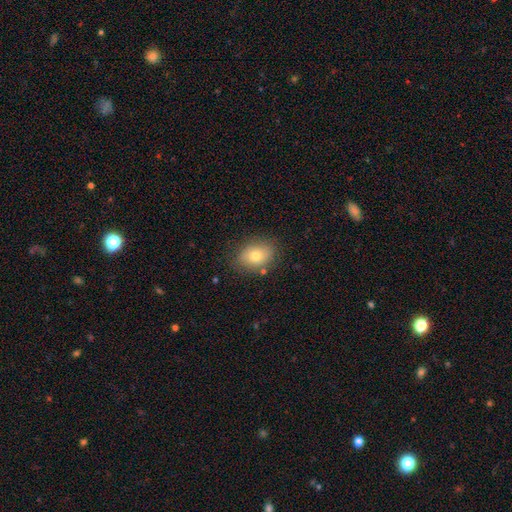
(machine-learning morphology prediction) smooth-or-featured: smooth: 74% | featured or disk: 16% | star or artifact: 10%
  how-rounded: in between: 72% | round: 27% | cigar-shaped: 1%
  merging: none: 82% | minor disturbance: 13% | major disturbance: 3% | merger: 2%